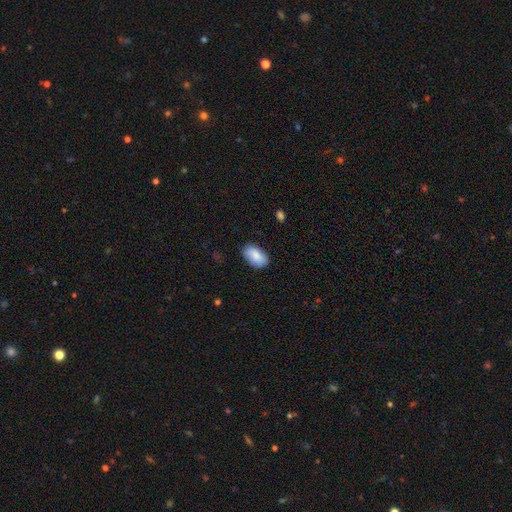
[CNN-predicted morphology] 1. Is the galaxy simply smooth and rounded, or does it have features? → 87% smooth, 7% featured or disk, 6% star or artifact.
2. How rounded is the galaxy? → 94% in between, 4% round, 2% cigar-shaped.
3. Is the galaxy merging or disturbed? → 84% none, 12% minor disturbance, 2% major disturbance, 1% merger.